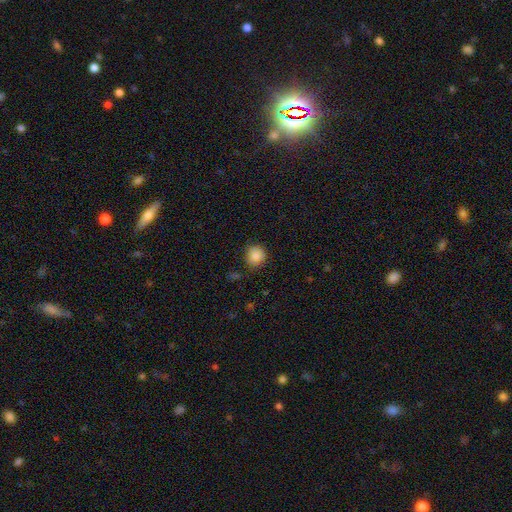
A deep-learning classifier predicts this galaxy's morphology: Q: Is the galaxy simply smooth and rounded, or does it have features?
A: smooth — 87%.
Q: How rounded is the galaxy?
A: round — 86%.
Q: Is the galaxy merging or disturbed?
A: none — 80%.